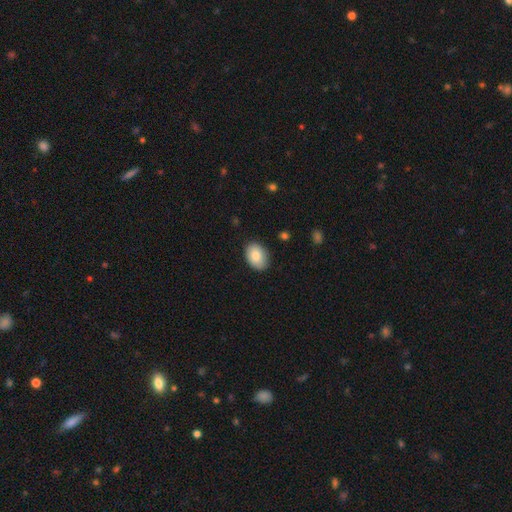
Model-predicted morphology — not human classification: A smooth galaxy with no disk features (84%) that is in between round and cigar-shaped (82%). Merging: none (86%).